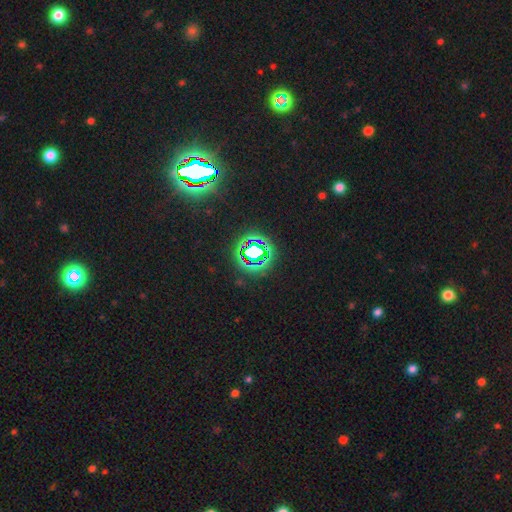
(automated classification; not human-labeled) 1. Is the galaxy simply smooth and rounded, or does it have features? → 73% star or artifact, 17% smooth, 10% featured or disk.